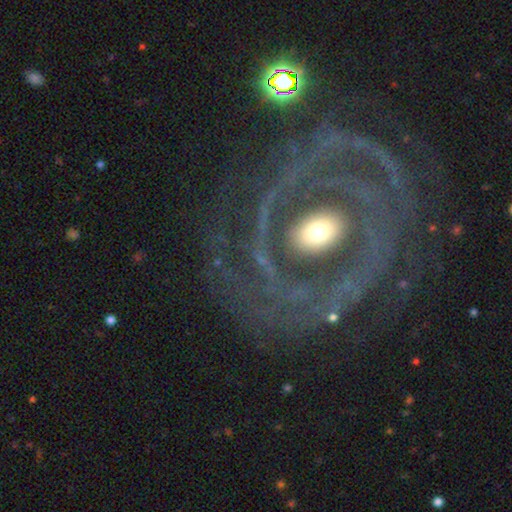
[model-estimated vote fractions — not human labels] Overall: featured or disk (84%). Edge-on disk: no (96%). Bar: no (62%). Spiral arms: yes (79%). Spiral arm count: 2 (29%, tied with can't tell). Spiral winding: tight (69%). Bulge size: moderate (56%; small 22%). Merging: none (74%).